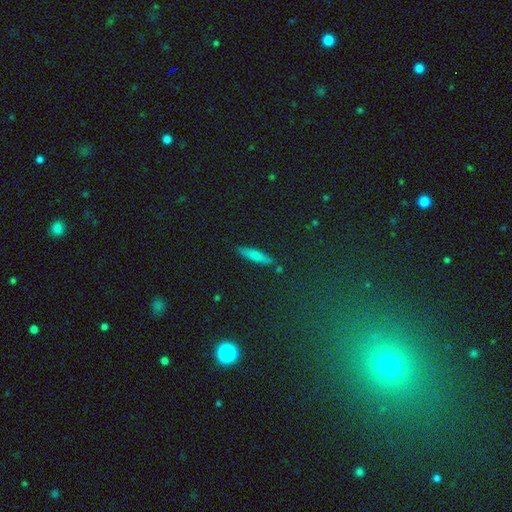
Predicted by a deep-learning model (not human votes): Morphology: type=smooth (67%); roundness=cigar-shaped (82%); merging=none (87%).